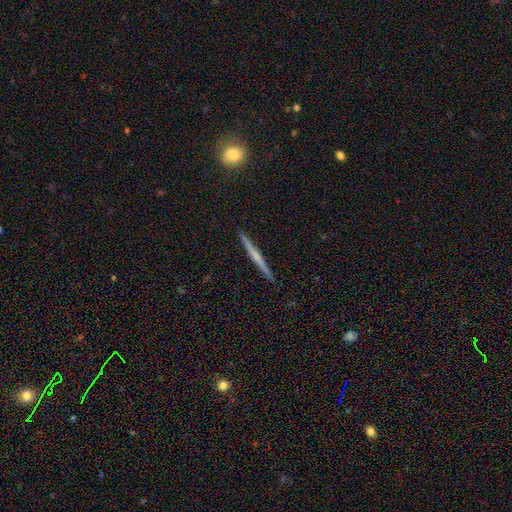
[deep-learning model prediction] A featured or disk galaxy (59%) viewed edge-on (98%) with no central bulge (57%). Merging: none (92%).